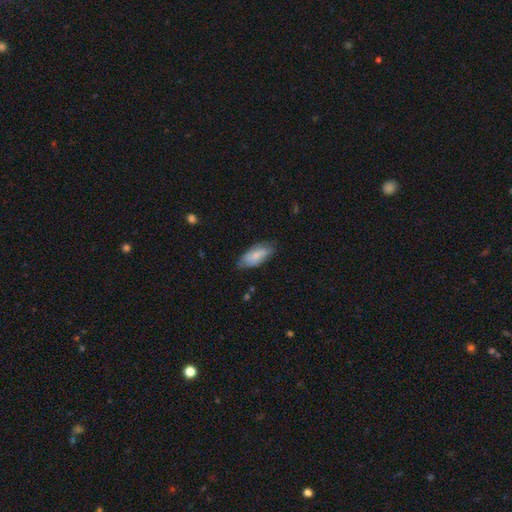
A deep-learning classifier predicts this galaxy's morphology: This appears to be a smooth galaxy with no disk features (76%) that is in between round and cigar-shaped (86%). Merging: none (72%).